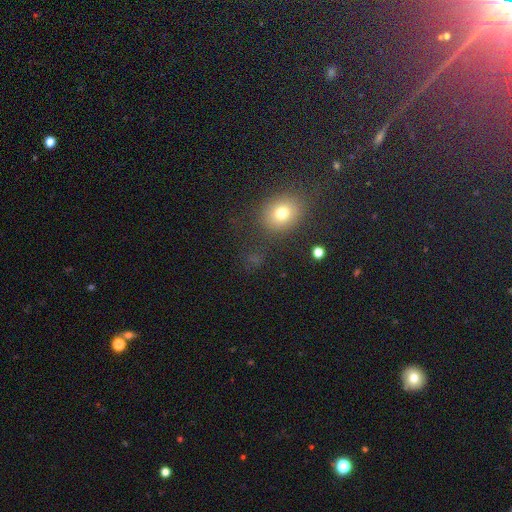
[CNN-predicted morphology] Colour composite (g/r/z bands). It shows a smooth galaxy with no disk features (62%) that is round (67%). Merging: none (80%).